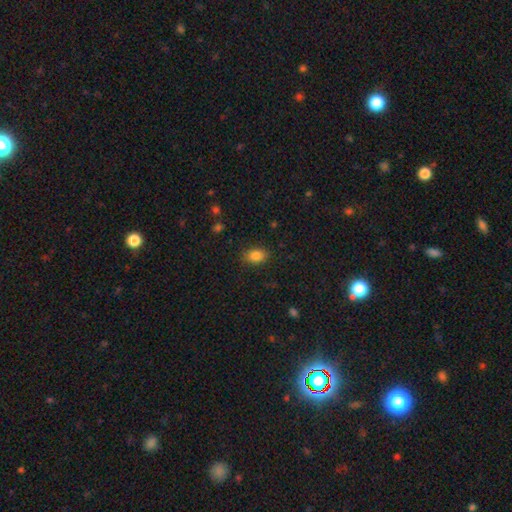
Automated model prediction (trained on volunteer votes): Smooth or featured?
  - smooth: 84% *
  - star or artifact: 10%
  - featured or disk: 6%
How rounded?
  - in between: 79% *
  - round: 19%
  - cigar-shaped: 2%
Merging?
  - none: 85% *
  - minor disturbance: 11%
  - major disturbance: 3%
  - merger: 1%